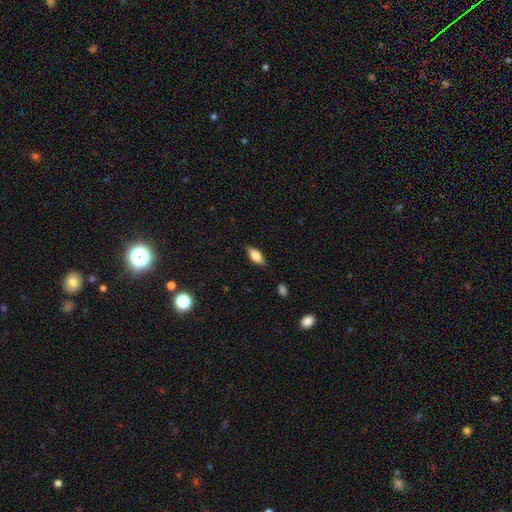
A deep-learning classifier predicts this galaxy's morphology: This appears to be a smooth galaxy with no disk features (71%) that is in between round and cigar-shaped (80%). Merging: none (84%).